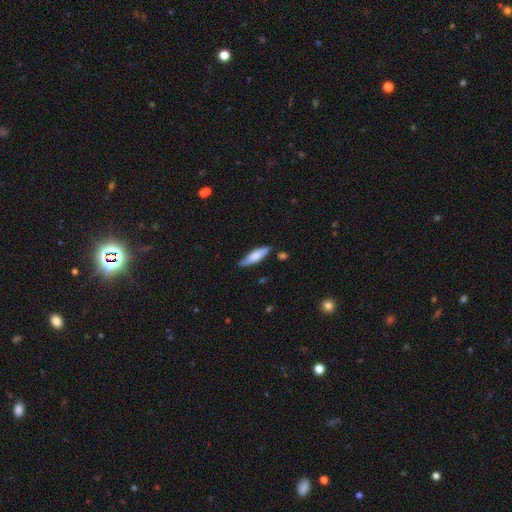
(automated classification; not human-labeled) Overall: smooth (72%). How rounded: cigar-shaped (60%; in between 38%). Merging: none (76%).